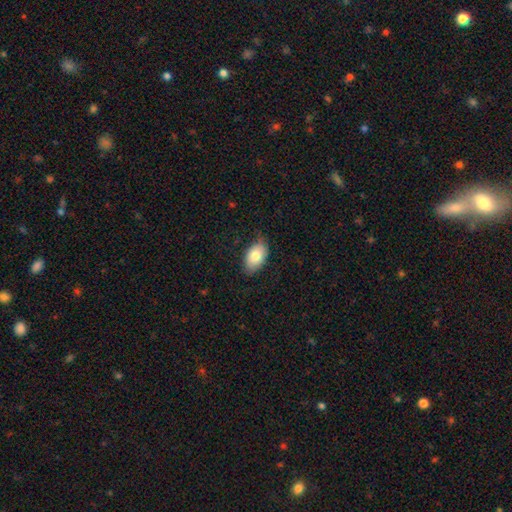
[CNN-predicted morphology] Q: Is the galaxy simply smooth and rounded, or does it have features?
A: smooth — 78%.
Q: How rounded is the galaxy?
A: in between — 92%.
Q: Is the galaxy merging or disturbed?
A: none — 74%.